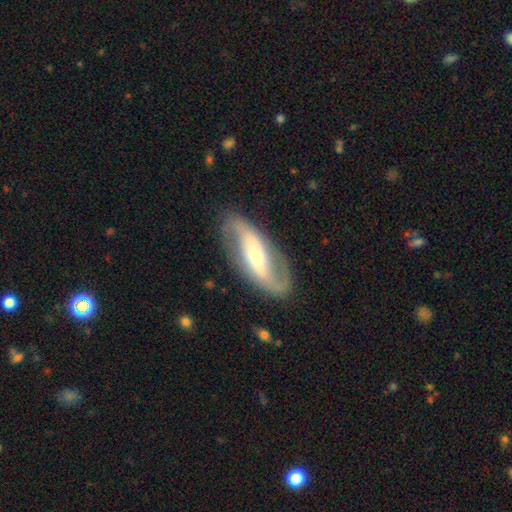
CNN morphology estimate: smooth_or_featured: featured or disk (p=0.84) [alt: smooth p=0.11]
disk_edge_on: no (p=0.92) [alt: yes p=0.08]
bar: strong (p=0.42) [alt: no p=0.30]
has_spiral_arms: yes (p=0.92) [alt: no p=0.08]
spiral_winding: loose (p=0.52) [alt: medium p=0.35]
spiral_arm_count: 2 (p=0.91) [alt: can't tell p=0.04]
bulge_size: small (p=0.58) [alt: moderate p=0.35]
merging: none (p=0.82) [alt: minor disturbance p=0.12]